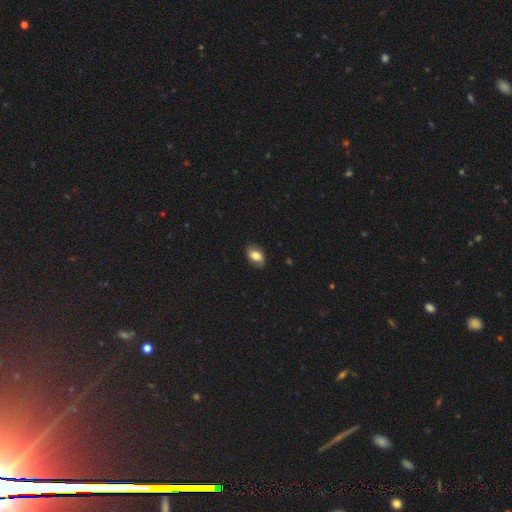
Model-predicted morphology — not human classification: smooth_or_featured: smooth (p=0.70) [alt: featured or disk p=0.22]
how_rounded: in between (p=0.87) [alt: round p=0.11]
merging: none (p=0.80) [alt: minor disturbance p=0.15]